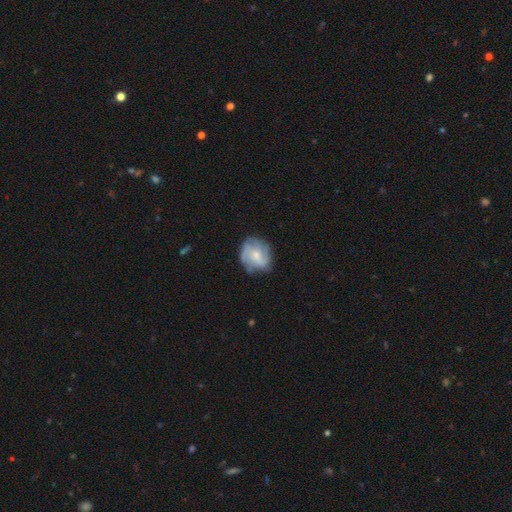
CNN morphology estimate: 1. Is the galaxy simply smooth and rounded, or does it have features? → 72% featured or disk, 21% smooth, 6% star or artifact.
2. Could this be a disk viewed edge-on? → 98% no, 2% yes.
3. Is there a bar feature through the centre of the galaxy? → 66% no, 29% weak, 5% strong.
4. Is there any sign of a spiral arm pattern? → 90% yes, 10% no.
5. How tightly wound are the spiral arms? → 45% tight, 41% medium, 14% loose.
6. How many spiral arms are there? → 32% 3, 28% can't tell, 16% 4, 15% 2, 5% more than 4, 5% 1.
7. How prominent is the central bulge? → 47% moderate, 41% small, 6% none, 4% large, 1% dominant.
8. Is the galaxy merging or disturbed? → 69% none, 21% minor disturbance, 8% major disturbance, 1% merger.